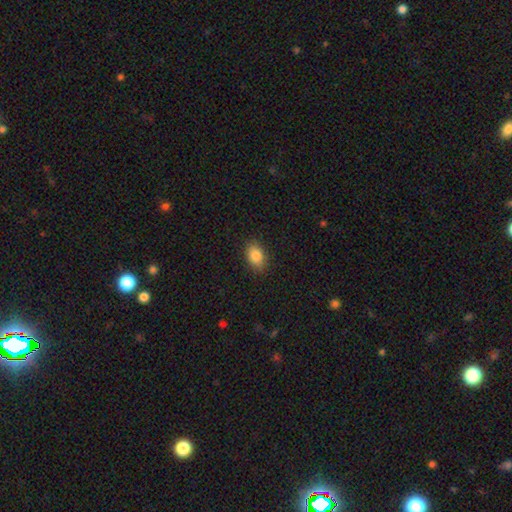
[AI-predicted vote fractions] The model was most divided on "how rounded": in between: 83%, round: 16%, cigar-shaped: 2%. More confident: merging — none (87%); smooth or featured — smooth (85%).